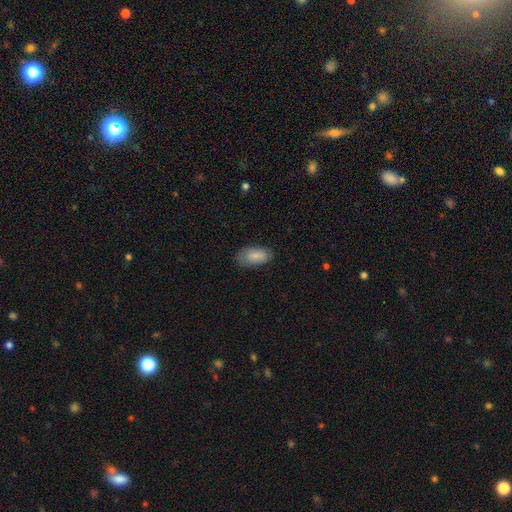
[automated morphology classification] A smooth galaxy with no disk features (82%) that is in between round and cigar-shaped (92%).

Vote fractions:
- Smooth or featured? smooth: 82% / featured or disk: 12% / star or artifact: 6%
- How rounded? in between: 92% / cigar-shaped: 5% / round: 3%
- Merging? none: 76% / minor disturbance: 19% / major disturbance: 4% / merger: 1%